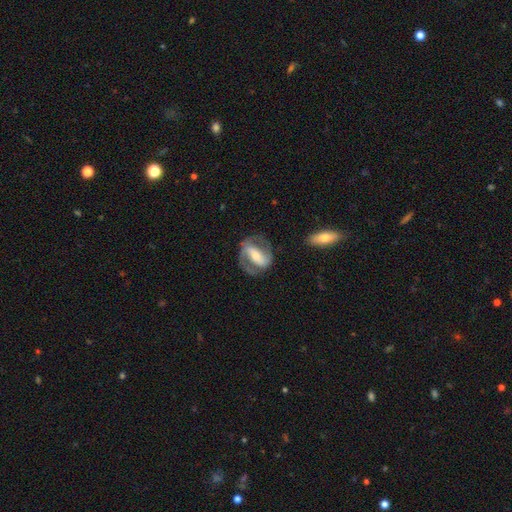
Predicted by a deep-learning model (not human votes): This is clearly a featured or disk galaxy (81%). It is clearly not viewed edge-on (95%). Bar: possibly strong (60%). Spiral arm pattern: clearly yes (88%). Spiral arm count: clearly 2 (88%). Spiral winding: possibly medium (48%). Central bulge: possibly moderate (51%). Merging: likely none (76%).